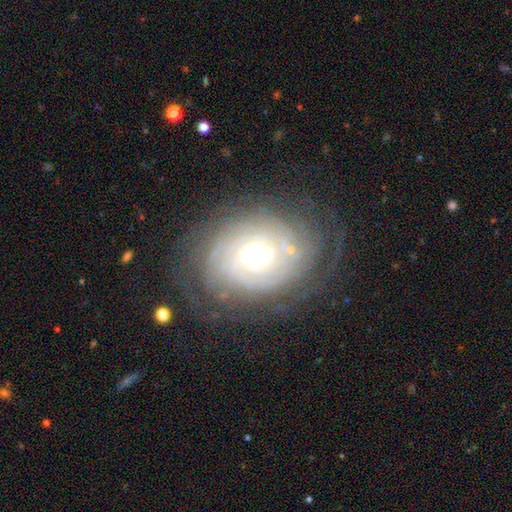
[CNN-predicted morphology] Smooth or featured? featured or disk (82%)
Edge-on disk? no (97%)
Bar? no (73%)
Spiral arms? yes (92%)
Spiral winding? tight (79%)
Spiral arm count? can't tell (46%)
Bulge size? moderate (66%)
Merging? none (71%)